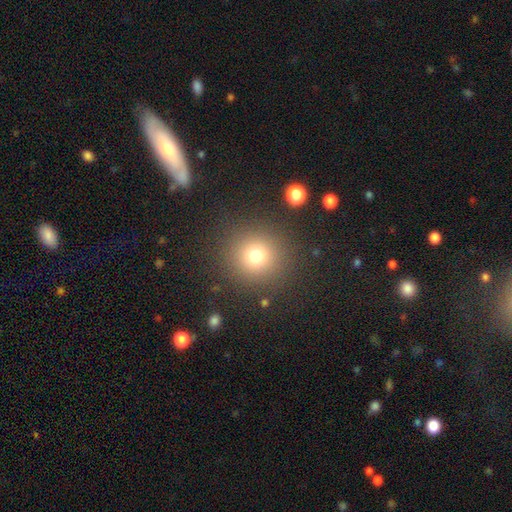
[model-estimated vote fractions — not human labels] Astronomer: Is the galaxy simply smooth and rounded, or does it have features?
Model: smooth — 74%.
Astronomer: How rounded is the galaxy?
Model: round — 94%.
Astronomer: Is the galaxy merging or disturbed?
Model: none — 87%.